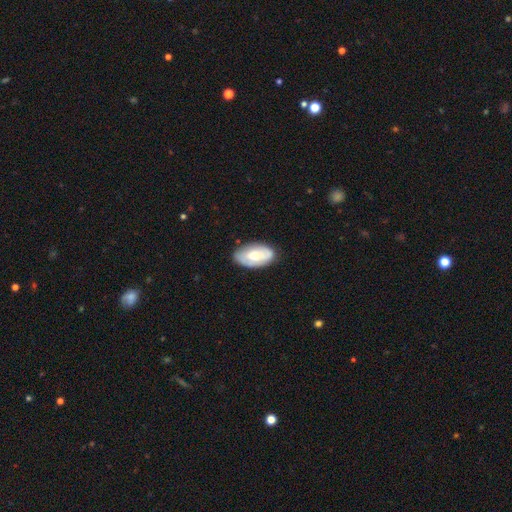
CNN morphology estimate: smooth 56%, featured or disk 38%, star or artifact 6%. Down the decision tree: how rounded — in between (94%); merging — none (76%).